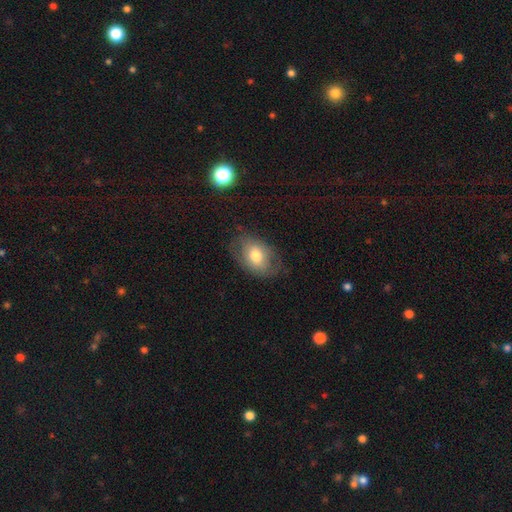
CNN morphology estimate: smooth-or-featured: smooth: 67% | featured or disk: 25% | star or artifact: 8%
  how-rounded: in between: 82% | round: 17% | cigar-shaped: 1%
  merging: none: 68% | minor disturbance: 22% | major disturbance: 9% | merger: 1%